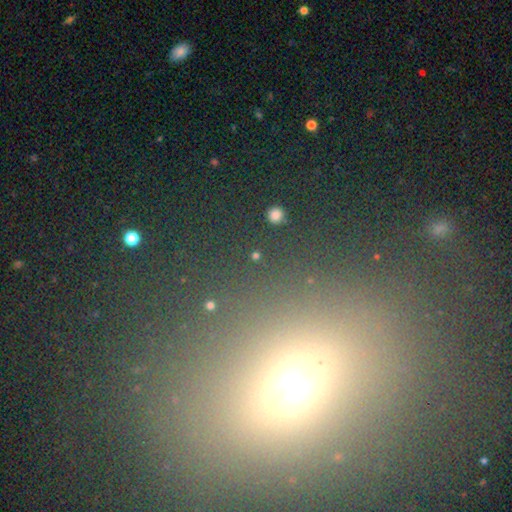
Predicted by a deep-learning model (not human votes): smooth_or_featured: smooth (p=0.48) [alt: star or artifact p=0.39]
merging: none (p=0.80) [alt: minor disturbance p=0.09]